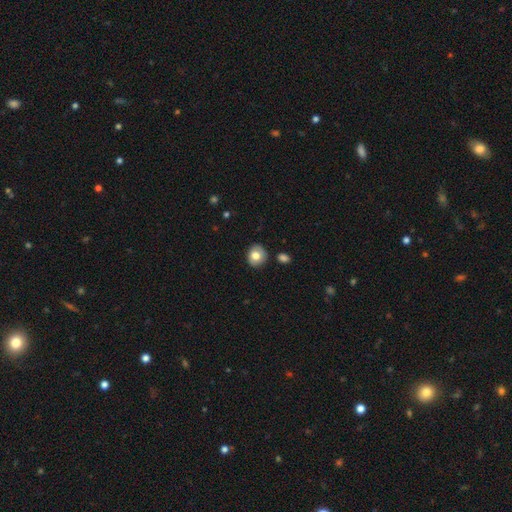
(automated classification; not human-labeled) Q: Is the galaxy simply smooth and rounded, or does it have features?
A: smooth — 76%.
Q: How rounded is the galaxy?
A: round — 72%.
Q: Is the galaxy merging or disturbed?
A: none — 84%.